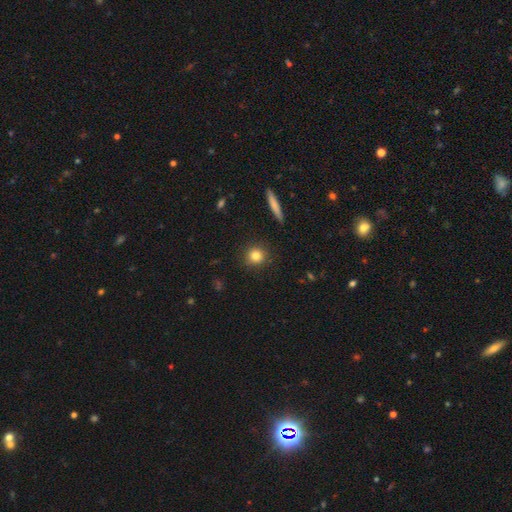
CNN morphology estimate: This appears to be a smooth galaxy with no disk features (82%) that is round (91%). Merging: none (90%).